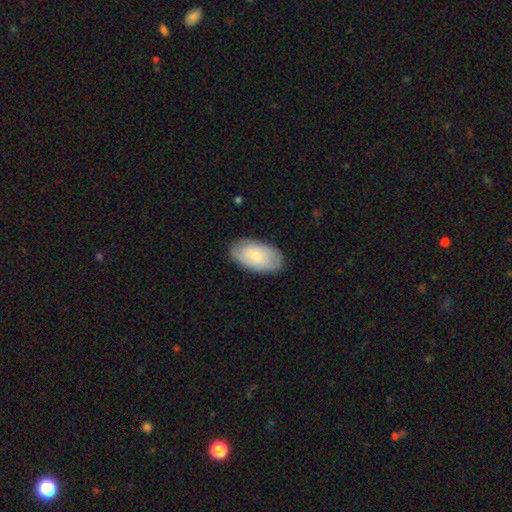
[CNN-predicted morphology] smooth 70%, featured or disk 24%, star or artifact 6%. Down the decision tree: how rounded — in between (94%); merging — none (83%).